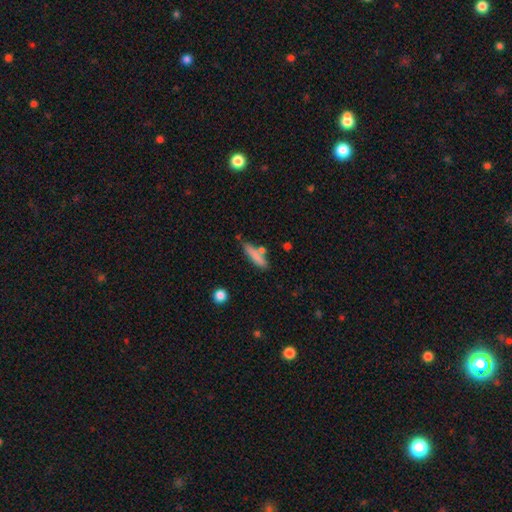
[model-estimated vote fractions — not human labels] smooth_or_featured: smooth (p=0.78) [alt: featured or disk p=0.14]
how_rounded: cigar-shaped (p=0.80) [alt: in between p=0.17]
merging: none (p=0.67) [alt: minor disturbance p=0.16]